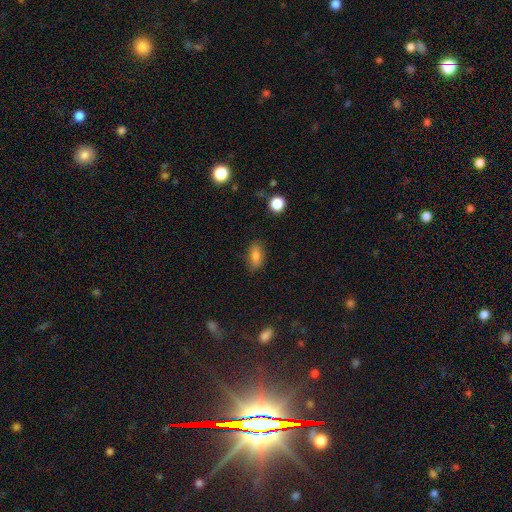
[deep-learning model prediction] Overall: smooth (80%). How rounded: in between (83%). Merging: none (79%).